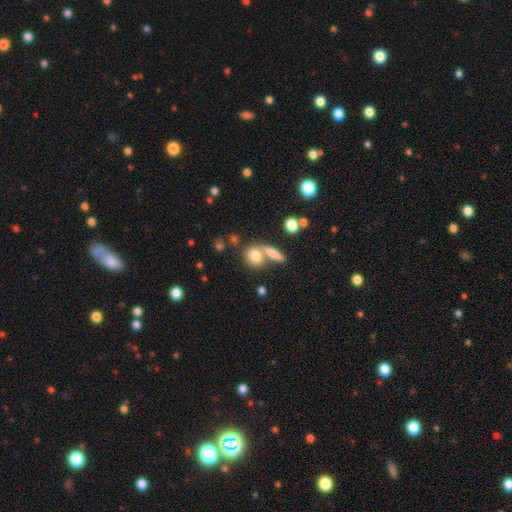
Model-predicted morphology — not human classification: type=smooth (78%); roundness=round (55%); merging=none (47%).